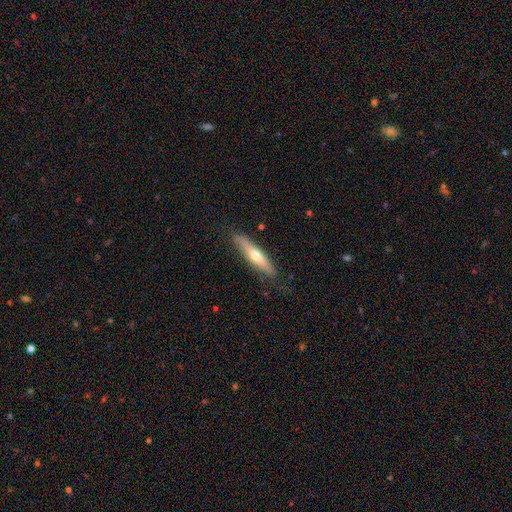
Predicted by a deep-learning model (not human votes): This is possibly a smooth galaxy (48%). Merging: clearly none (82%).